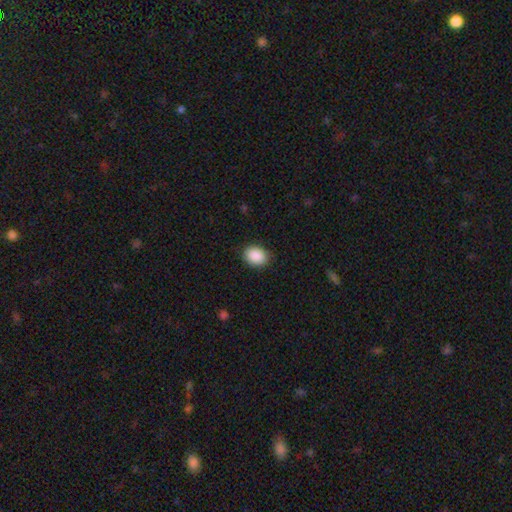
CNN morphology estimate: Overall: smooth (90%). How rounded: in between (66%; round 33%). Merging: none (87%).